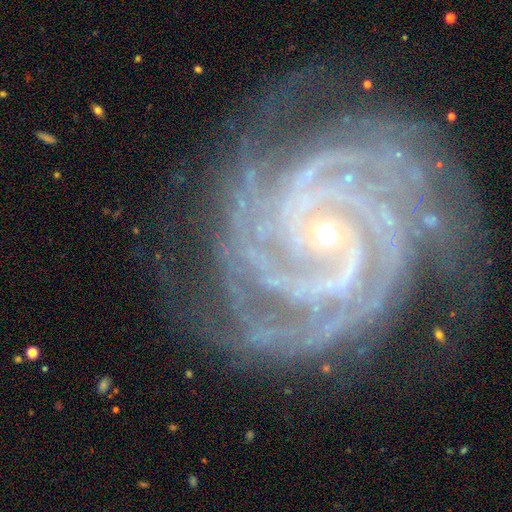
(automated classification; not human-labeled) This is clearly a featured or disk galaxy (92%). It is clearly not viewed edge-on (98%). Bar: likely no (62%). Spiral arm pattern: clearly yes (99%). Spiral arm count: marginally 4 (22%). Spiral winding: likely tight (76%). Central bulge: clearly small (86%). Merging: likely none (74%).